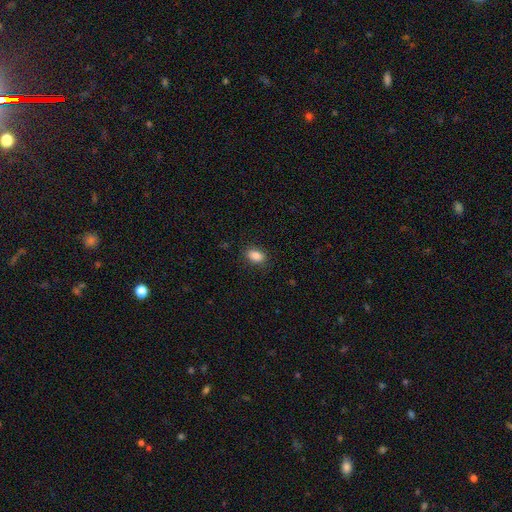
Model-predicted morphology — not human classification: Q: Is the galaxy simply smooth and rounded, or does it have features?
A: smooth — 88%.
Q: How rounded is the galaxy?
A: in between — 86%.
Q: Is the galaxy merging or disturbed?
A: none — 86%.